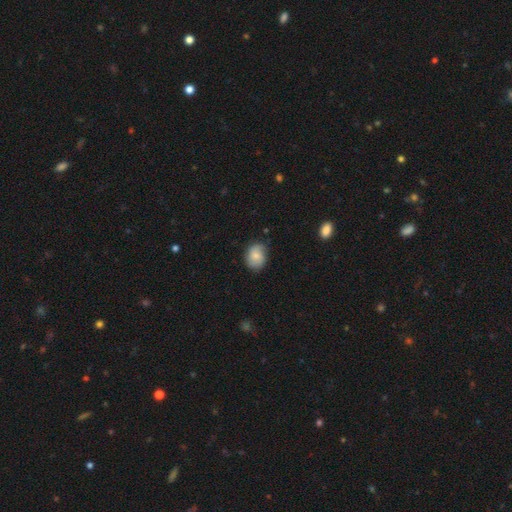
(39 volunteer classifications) This is possibly a smooth galaxy (54%). How rounded: likely round (62%). Merging: likely none (73%).